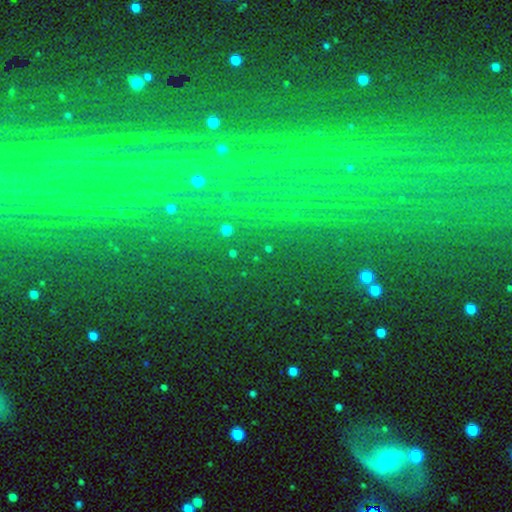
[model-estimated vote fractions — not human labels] A star or artifact, not a galaxy (80%).

Vote fractions:
- Smooth or featured? star or artifact: 80% / smooth: 10% / featured or disk: 10%